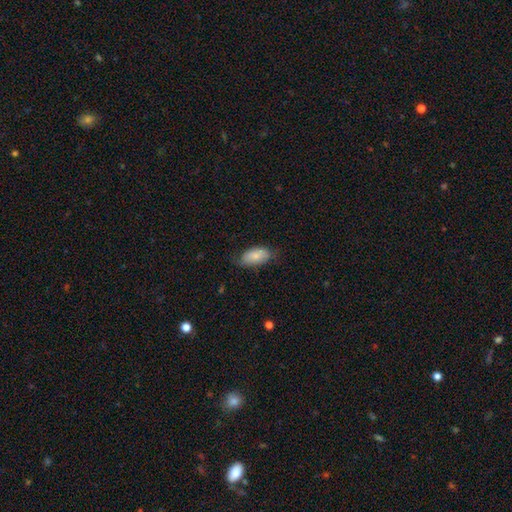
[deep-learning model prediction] Smooth or featured?
  - smooth: 77% *
  - featured or disk: 17%
  - star or artifact: 6%
How rounded?
  - in between: 94% *
  - round: 3%
  - cigar-shaped: 3%
Merging?
  - none: 60% *
  - minor disturbance: 30%
  - major disturbance: 9%
  - merger: 1%